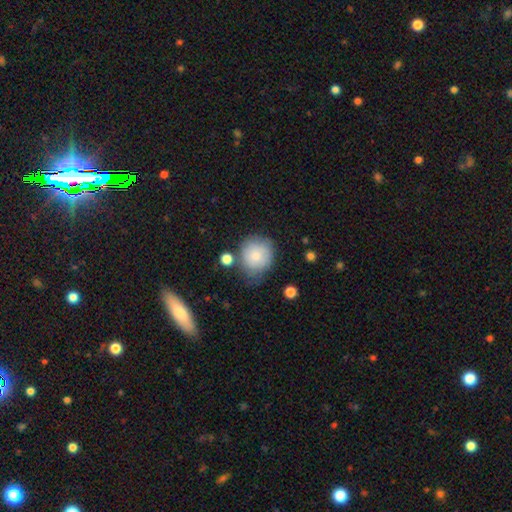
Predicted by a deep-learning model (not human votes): Overall: smooth (76%). How rounded: round (84%). Merging: none (58%; minor disturbance 26%).